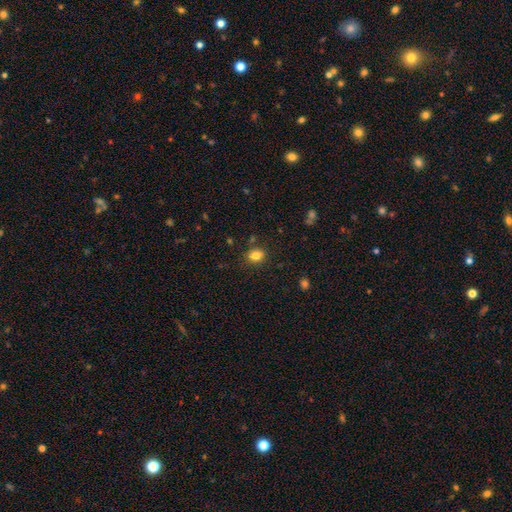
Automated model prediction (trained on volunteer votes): smooth_or_featured: smooth (p=0.82) [alt: star or artifact p=0.11]
how_rounded: round (p=0.51) [alt: in between p=0.48]
merging: none (p=0.82) [alt: minor disturbance p=0.12]